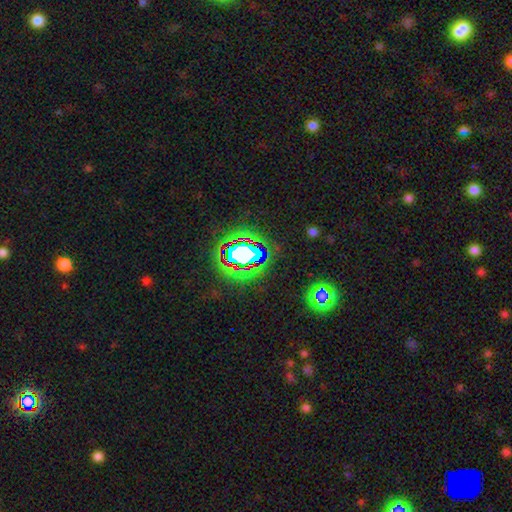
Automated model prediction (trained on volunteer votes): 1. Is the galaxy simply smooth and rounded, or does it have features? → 73% star or artifact, 15% smooth, 13% featured or disk.